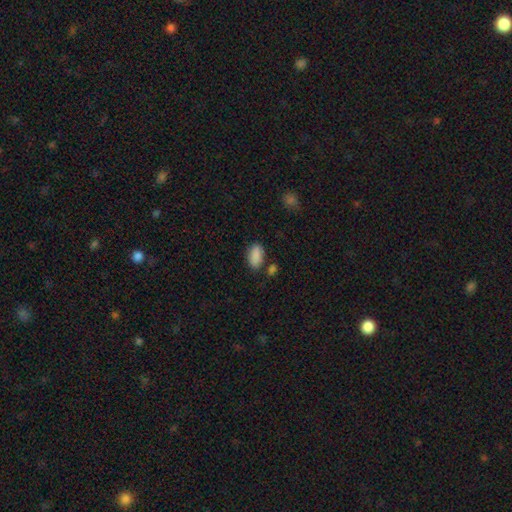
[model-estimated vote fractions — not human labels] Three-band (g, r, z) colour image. It shows a smooth galaxy with no disk features (88%) that is in between round and cigar-shaped (93%). Merging: none (75%).